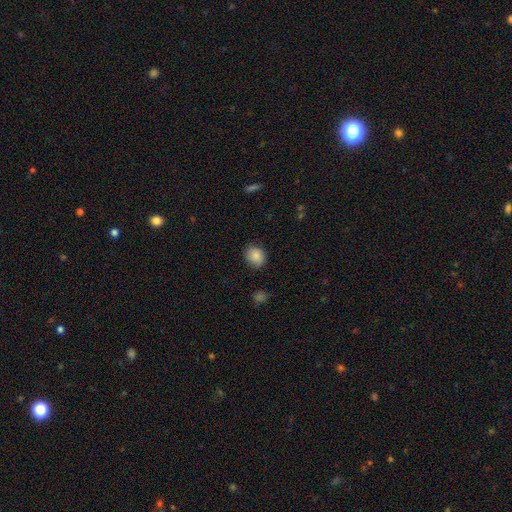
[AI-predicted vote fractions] Smooth or featured? Predicted: smooth (p=0.87). How rounded? Predicted: round (p=0.77). Merging? Predicted: none (p=0.85).